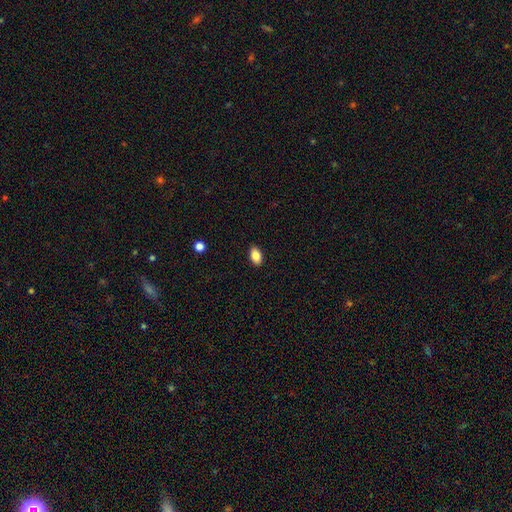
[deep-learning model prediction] Smooth or featured? smooth (86%)
How rounded? in between (91%)
Merging? none (89%)